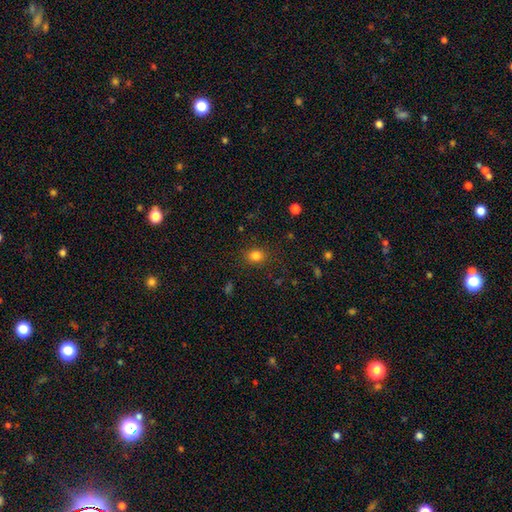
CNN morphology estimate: A smooth galaxy with no disk features (82%) that is round (59%). Merging: none (85%).